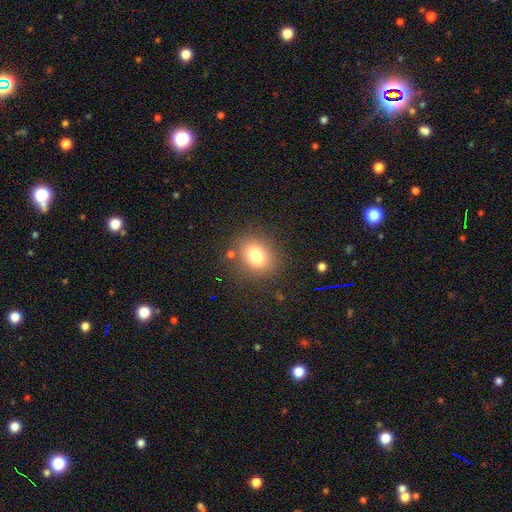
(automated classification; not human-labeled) Morphology: type=smooth (78%); roundness=in between (52%); merging=none (82%).